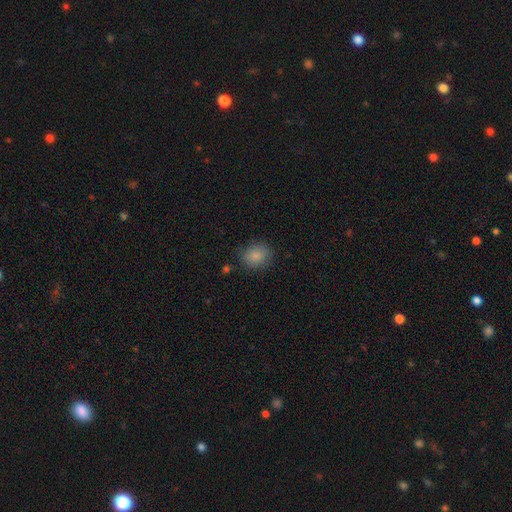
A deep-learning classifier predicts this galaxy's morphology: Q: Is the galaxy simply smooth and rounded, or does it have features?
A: smooth — 85%.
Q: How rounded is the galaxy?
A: round — 72%.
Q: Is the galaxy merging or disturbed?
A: none — 81%.